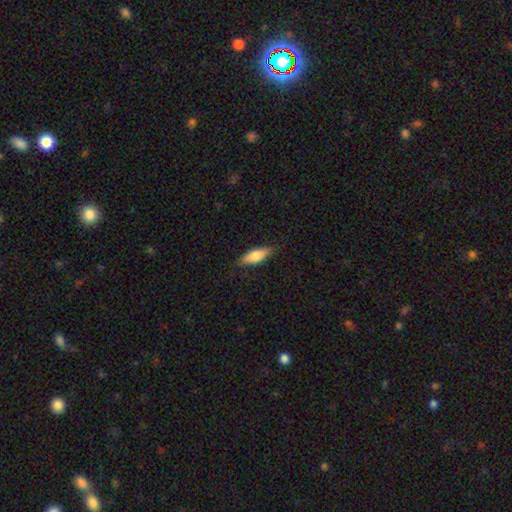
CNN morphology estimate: type=smooth (76%); roundness=in between (63%); merging=none (84%).